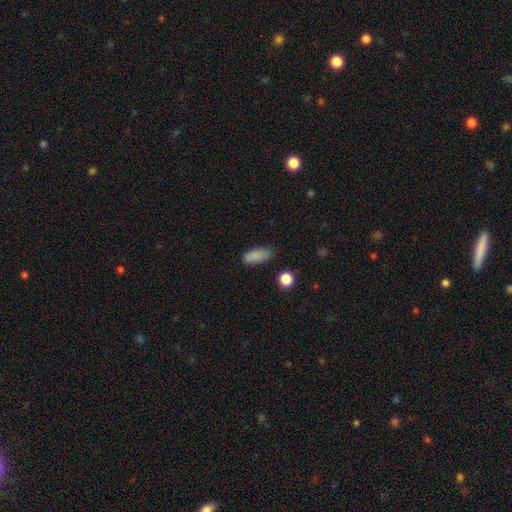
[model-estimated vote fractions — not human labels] The model was most divided on "merging": none: 74%, minor disturbance: 19%, major disturbance: 4%, merger: 2%. More confident: smooth or featured — smooth (86%); how rounded — in between (81%).